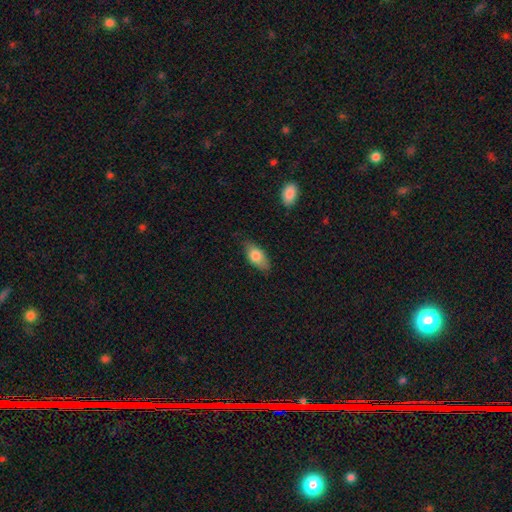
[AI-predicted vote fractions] The model was most divided on "merging": none: 75%, minor disturbance: 20%, major disturbance: 3%, merger: 1%. More confident: how rounded — in between (89%); smooth or featured — smooth (77%).